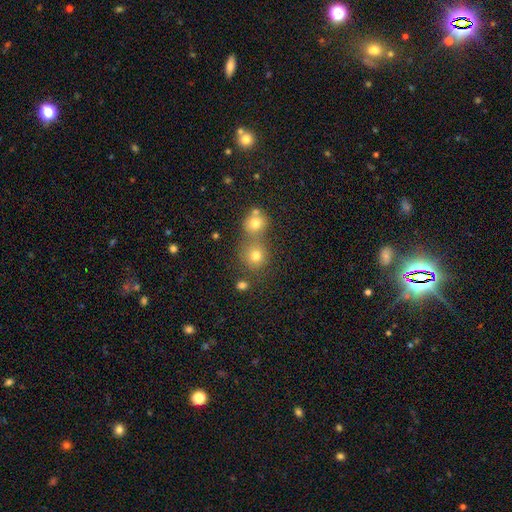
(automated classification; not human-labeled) The model was most divided on "merging": none: 55%, merger: 34%, minor disturbance: 8%, major disturbance: 3%. More confident: how rounded — round (87%); smooth or featured — smooth (76%).